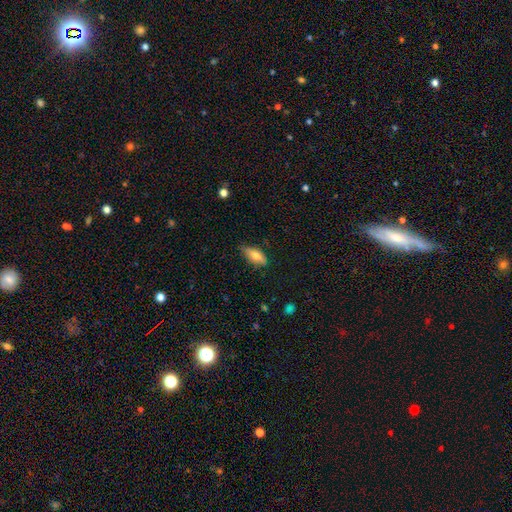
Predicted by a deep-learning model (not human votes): smooth_or_featured: smooth (p=0.74) [alt: featured or disk p=0.20]
how_rounded: in between (p=0.76) [alt: cigar-shaped p=0.21]
merging: none (p=0.72) [alt: minor disturbance p=0.23]